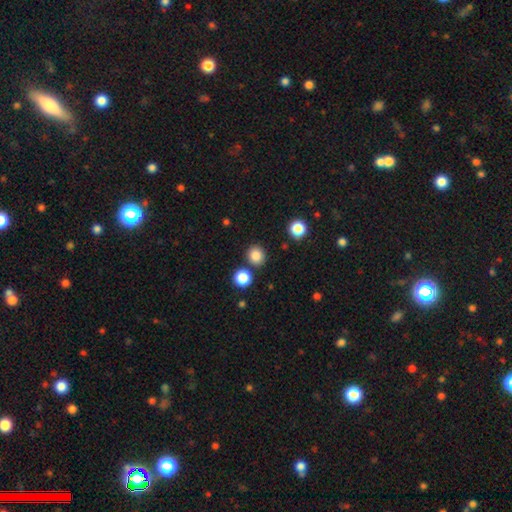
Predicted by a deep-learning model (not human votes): Overall: smooth (84%). How rounded: round (87%). Merging: none (83%).